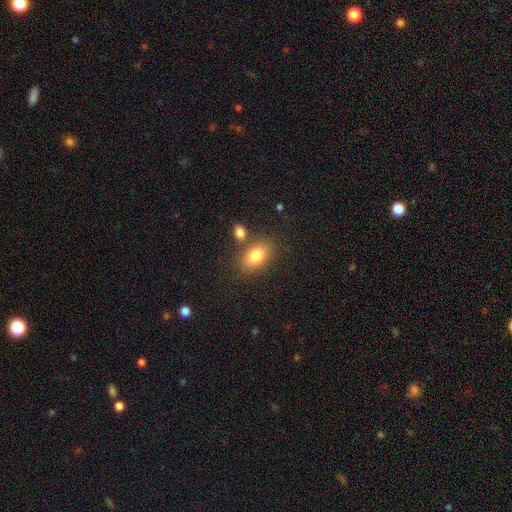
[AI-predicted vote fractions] Smooth or featured: smooth — 81% (featured or disk — 11%)
How rounded: in between — 85% (round — 13%)
Merging: none — 72% (merger — 13%)